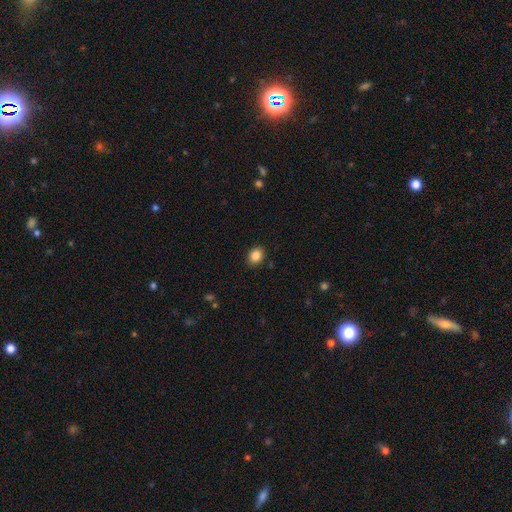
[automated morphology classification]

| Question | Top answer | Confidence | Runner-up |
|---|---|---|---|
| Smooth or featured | smooth | 86% | star or artifact (10%) |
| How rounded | round | 52% | in between (47%) |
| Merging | none | 88% | minor disturbance (8%) |